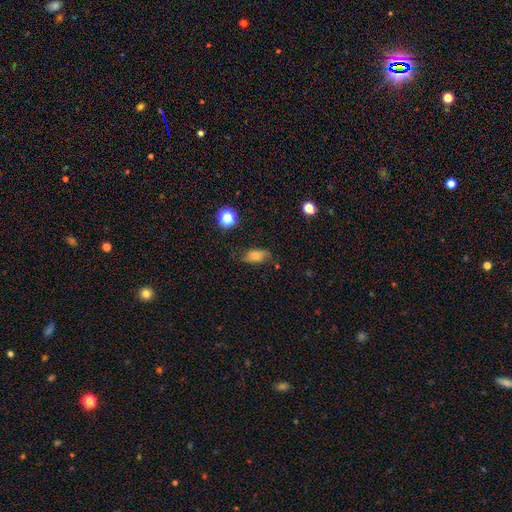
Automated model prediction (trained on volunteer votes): smooth 73%, featured or disk 15%, star or artifact 12%. Down the decision tree: how rounded — in between (80%); merging — none (65%).